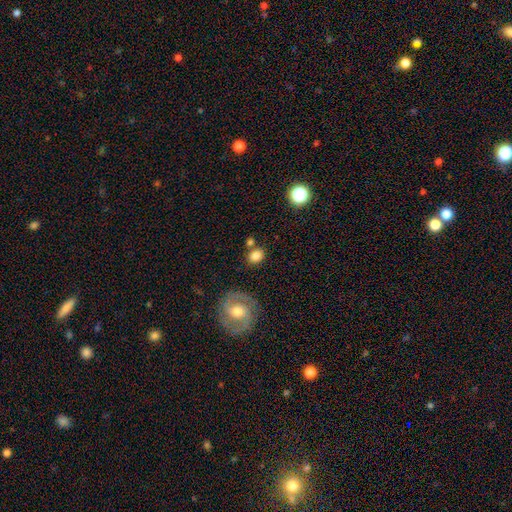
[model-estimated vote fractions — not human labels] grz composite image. It shows a smooth galaxy with no disk features (80%) that is round (58%). Merging: none (71%).